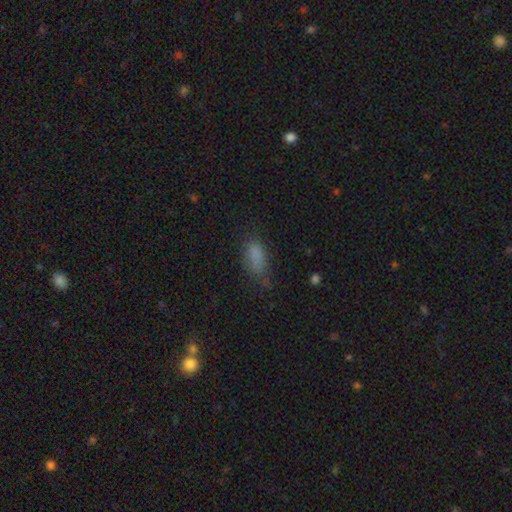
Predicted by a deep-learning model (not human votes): Overall: smooth (80%). How rounded: in between (84%). Merging: none (58%; minor disturbance 27%).